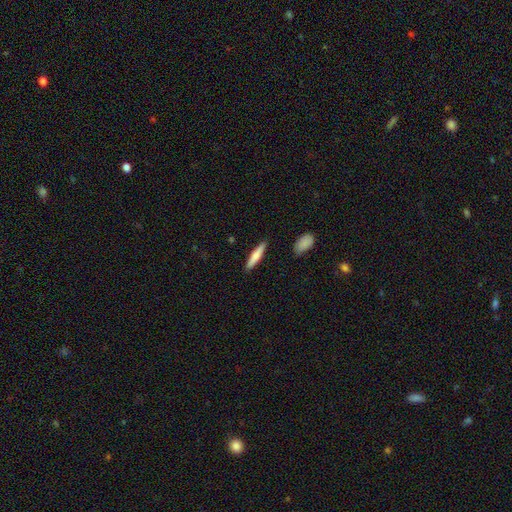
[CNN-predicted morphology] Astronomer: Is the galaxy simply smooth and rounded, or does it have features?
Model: smooth — 71%.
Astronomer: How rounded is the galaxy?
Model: cigar-shaped — 84%.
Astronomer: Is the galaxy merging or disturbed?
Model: none — 89%.